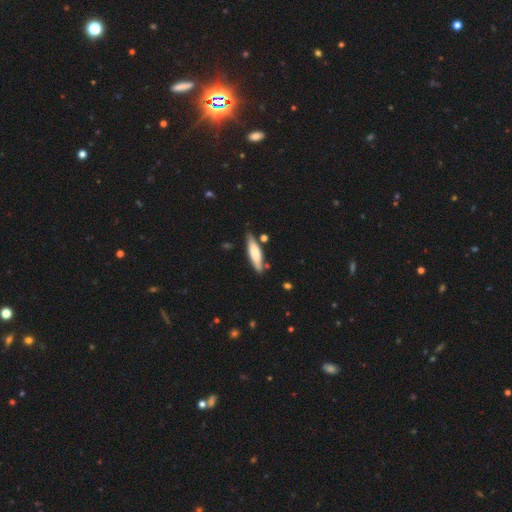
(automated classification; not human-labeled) Morphology: type=smooth (66%); roundness=cigar-shaped (69%); merging=none (76%).